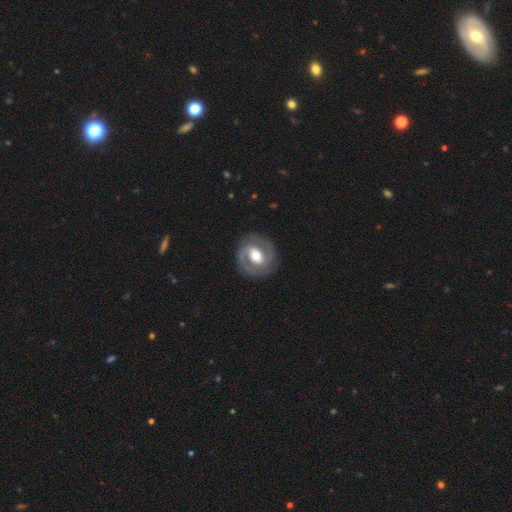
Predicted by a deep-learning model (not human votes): A featured or disk galaxy (82%) with a weak bar (42%), 2 (87%) tight (48%) spiral arms (87%) and a moderate central bulge (69%). Merging: none (85%).